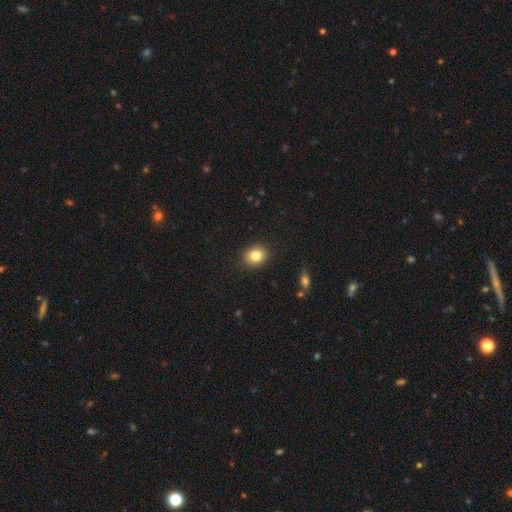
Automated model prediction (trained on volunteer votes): Smooth or featured?
  - smooth: 82% *
  - star or artifact: 10%
  - featured or disk: 8%
How rounded?
  - round: 61% *
  - in between: 38%
  - cigar-shaped: 1%
Merging?
  - none: 89% *
  - minor disturbance: 8%
  - major disturbance: 2%
  - merger: 1%